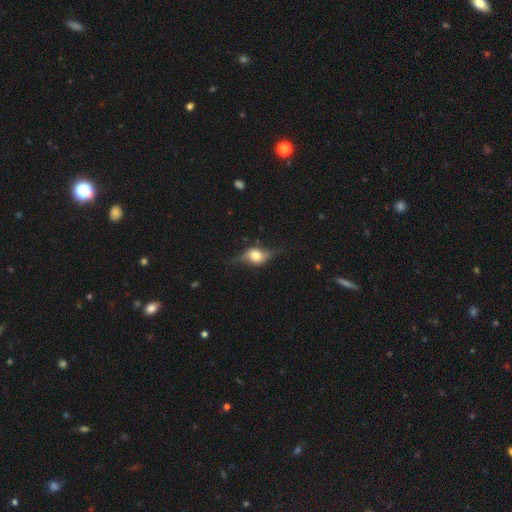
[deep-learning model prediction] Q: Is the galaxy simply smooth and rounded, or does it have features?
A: featured or disk — 56%.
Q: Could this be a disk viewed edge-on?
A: yes — 80%.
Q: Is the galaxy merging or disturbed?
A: none — 66%.